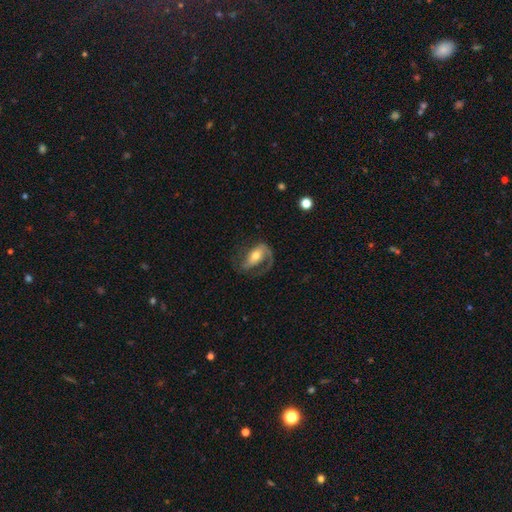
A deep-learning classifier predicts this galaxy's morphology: type=featured or disk (77%); edge-on=no (95%); bar=no (35%); spiral arms=yes (92%); winding=medium (44%); arm count=2 (51%); bulge=moderate (63%); merging=none (52%).